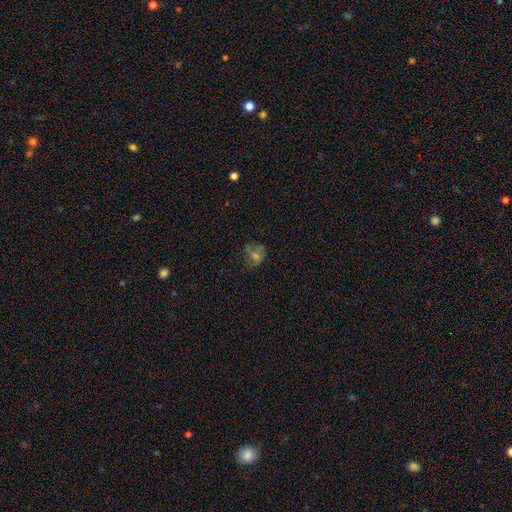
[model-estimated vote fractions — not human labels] This appears to be a smooth galaxy with no disk features (38%). Merging: none (52%).